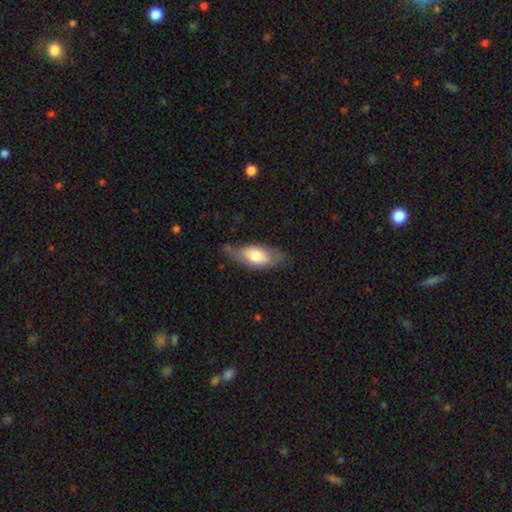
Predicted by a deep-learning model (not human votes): Smooth or featured: smooth — 62% (featured or disk — 32%)
How rounded: in between — 82% (cigar-shaped — 15%)
Merging: none — 61% (minor disturbance — 27%)